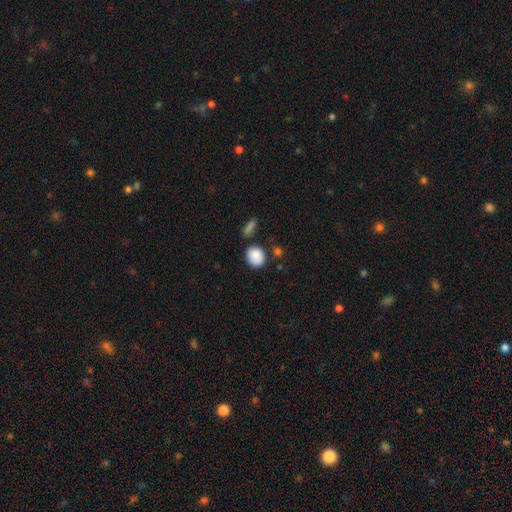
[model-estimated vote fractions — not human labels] Smooth or featured: smooth — 87% (star or artifact — 7%)
How rounded: round — 64% (in between — 34%)
Merging: none — 73% (minor disturbance — 16%)